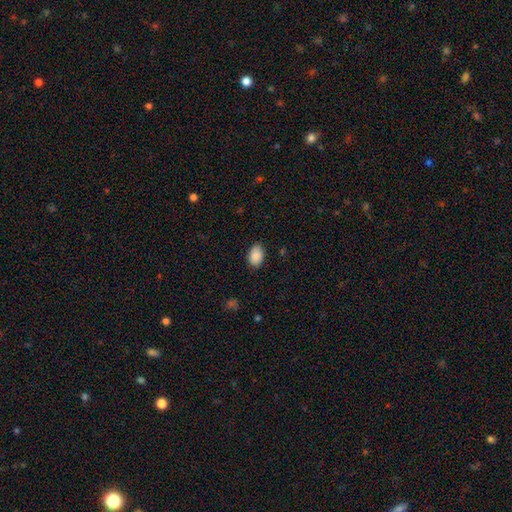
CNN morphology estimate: Q: Smooth or featured?
A: smooth (90%); runner-up: star or artifact (7%)
Q: How rounded?
A: in between (88%); runner-up: round (10%)
Q: Merging?
A: none (84%); runner-up: minor disturbance (13%)